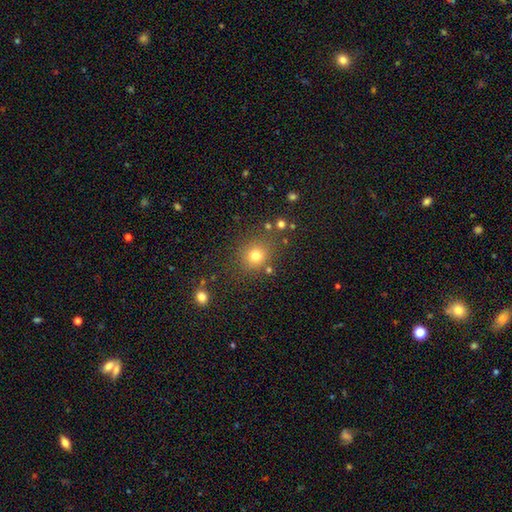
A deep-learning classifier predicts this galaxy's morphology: The model was most divided on "smooth or featured": smooth: 76%, star or artifact: 16%, featured or disk: 8%. More confident: how rounded — round (84%); merging — none (80%).